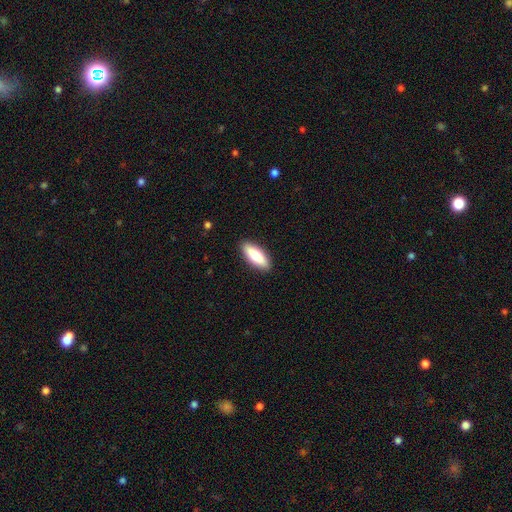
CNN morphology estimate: Smooth or featured? smooth (78%)
How rounded? in between (63%)
Merging? none (89%)